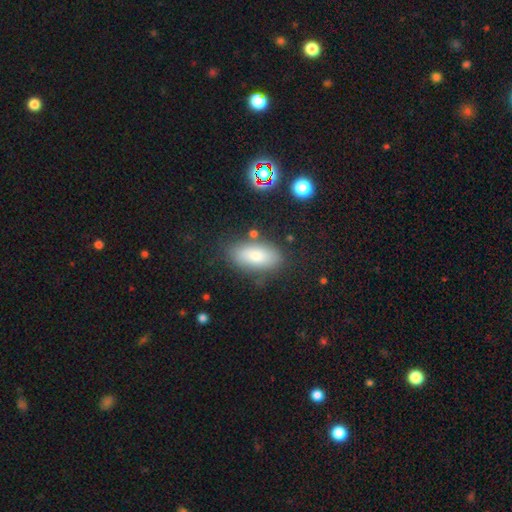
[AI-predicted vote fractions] Morphology: type=smooth (78%); roundness=in between (89%); merging=none (77%).